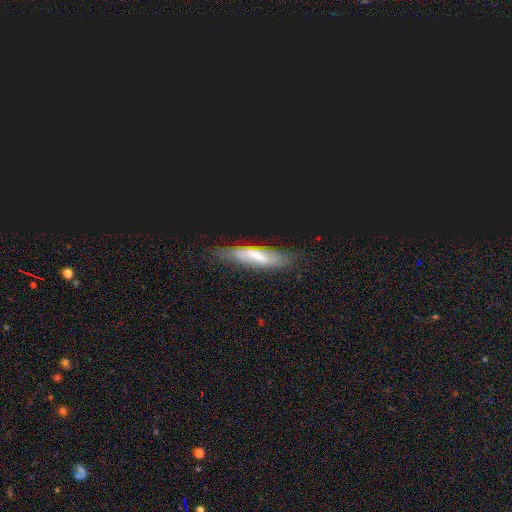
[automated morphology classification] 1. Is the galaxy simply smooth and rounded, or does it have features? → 51% featured or disk, 35% smooth, 14% star or artifact.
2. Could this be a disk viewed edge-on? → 55% yes, 45% no.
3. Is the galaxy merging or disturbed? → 70% none, 21% minor disturbance, 7% major disturbance, 2% merger.